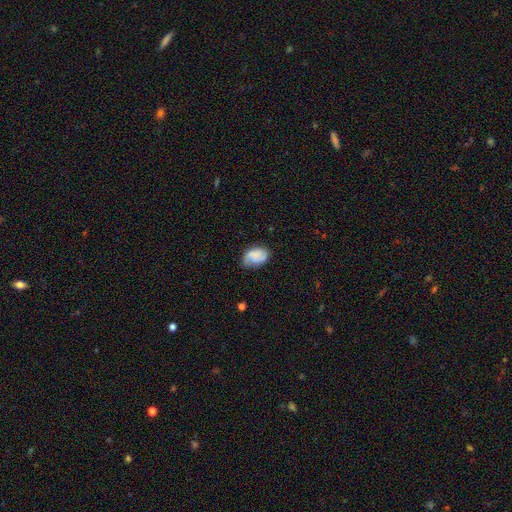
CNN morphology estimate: Smooth or featured: smooth — 64% (featured or disk — 28%)
How rounded: in between — 84% (round — 15%)
Merging: none — 62% (minor disturbance — 29%)